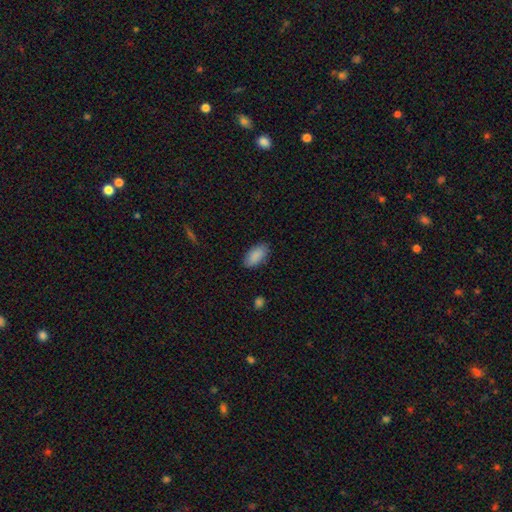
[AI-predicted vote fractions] Q: Smooth or featured?
A: smooth (89%); runner-up: star or artifact (6%)
Q: How rounded?
A: in between (93%); runner-up: cigar-shaped (4%)
Q: Merging?
A: none (84%); runner-up: minor disturbance (12%)